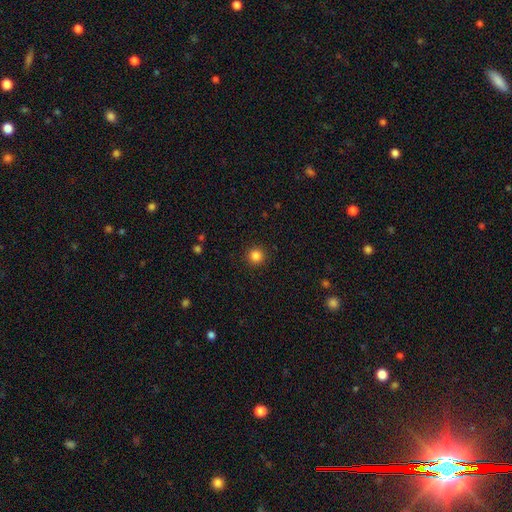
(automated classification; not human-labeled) Smooth or featured? smooth (85%)
How rounded? round (95%)
Merging? none (92%)